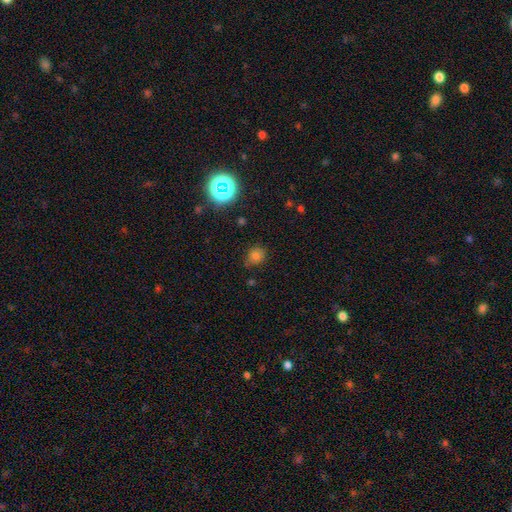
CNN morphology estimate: smooth 73%, star or artifact 20%, featured or disk 6%. Down the decision tree: how rounded — round (74%); merging — none (70%).